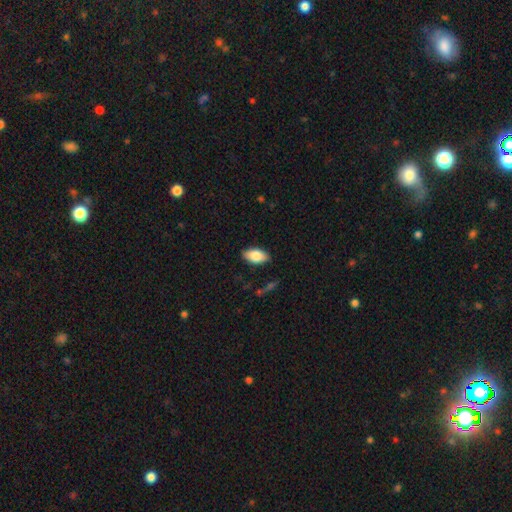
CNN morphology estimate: type=smooth (82%); roundness=in between (93%); merging=none (86%).